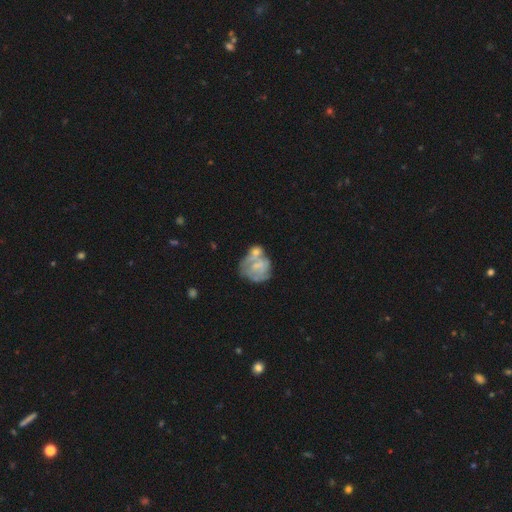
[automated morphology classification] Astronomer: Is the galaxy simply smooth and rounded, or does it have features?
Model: featured or disk — 54% (runner-up: smooth, 38%).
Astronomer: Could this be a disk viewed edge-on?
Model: no — 98%.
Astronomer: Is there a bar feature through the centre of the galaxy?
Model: no — 65%.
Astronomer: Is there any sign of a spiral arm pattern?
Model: no — 57% (runner-up: yes, 43%).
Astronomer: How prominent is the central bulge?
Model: none — 40% (runner-up: small, 36%).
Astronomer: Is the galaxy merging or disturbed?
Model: merger — 34% (runner-up: none, 33%).